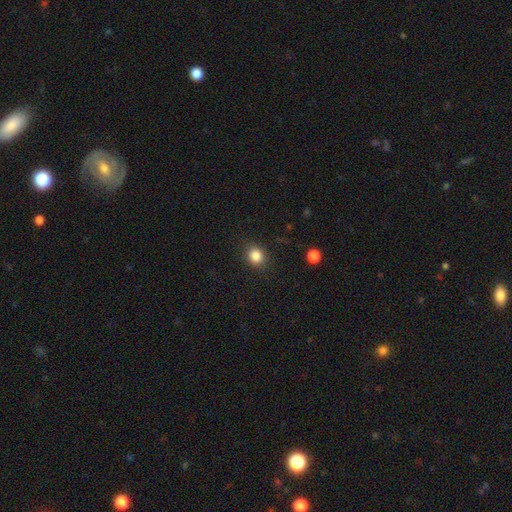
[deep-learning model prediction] Smooth or featured? smooth (85%)
How rounded? round (73%)
Merging? none (88%)